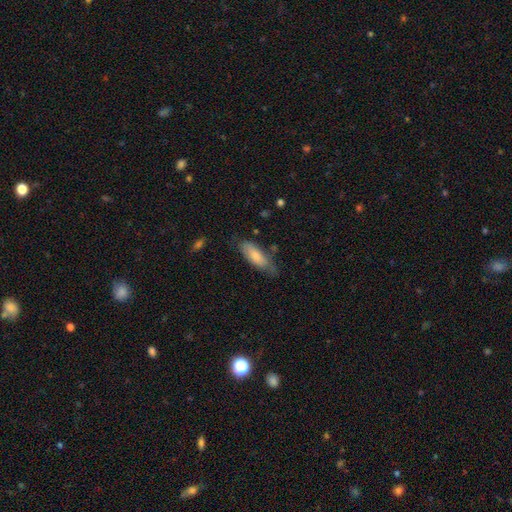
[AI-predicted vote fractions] Morphology: type=smooth (74%); roundness=in between (71%); merging=none (57%).